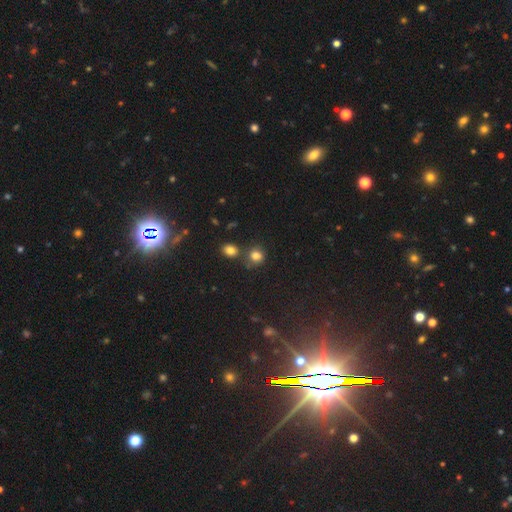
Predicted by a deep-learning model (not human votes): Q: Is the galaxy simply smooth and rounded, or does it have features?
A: smooth — 78%.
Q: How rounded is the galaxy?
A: round — 74%.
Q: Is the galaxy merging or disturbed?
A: none — 61%.